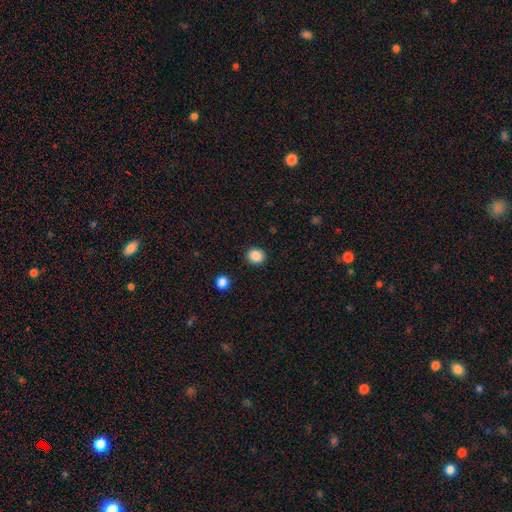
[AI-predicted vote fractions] Smooth or featured? smooth (87%)
How rounded? round (79%)
Merging? none (91%)